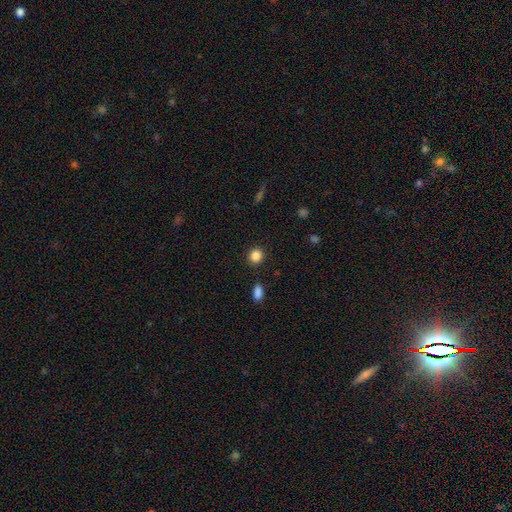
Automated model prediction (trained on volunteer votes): Overall: smooth (87%). How rounded: round (82%). Merging: none (89%).